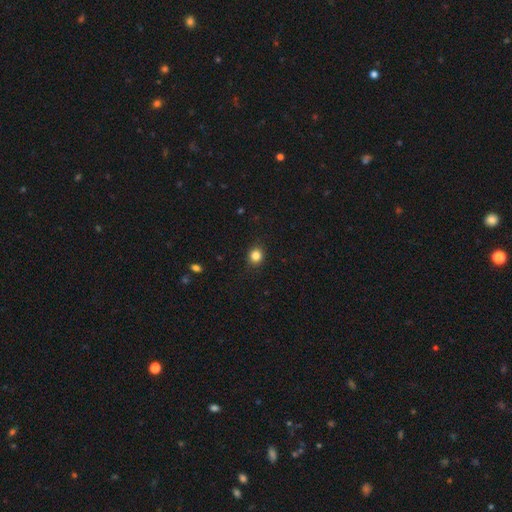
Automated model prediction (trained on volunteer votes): A smooth galaxy with no disk features (84%) that is round (77%).

Vote fractions:
- Smooth or featured? smooth: 84% / star or artifact: 11% / featured or disk: 4%
- How rounded? round: 77% / in between: 22% / cigar-shaped: 1%
- Merging? none: 89% / minor disturbance: 8% / major disturbance: 2% / merger: 1%